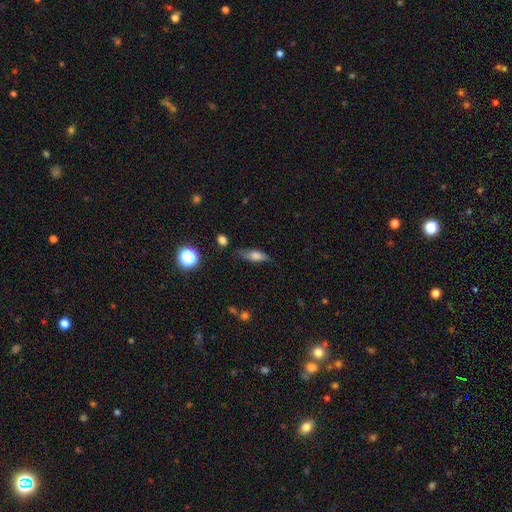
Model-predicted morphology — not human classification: Smooth or featured: smooth — 61% (featured or disk — 29%)
How rounded: in between — 61% (cigar-shaped — 34%)
Merging: none — 68% (minor disturbance — 23%)